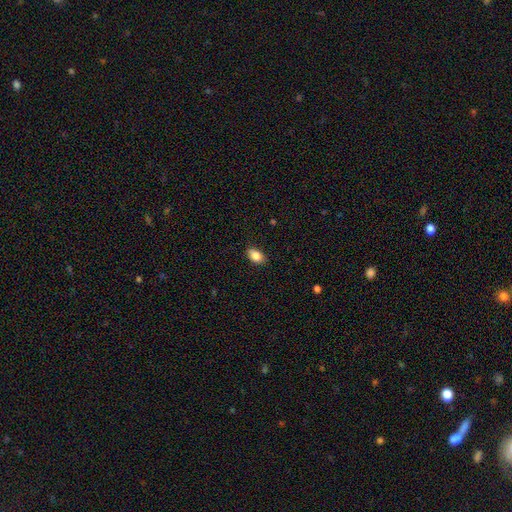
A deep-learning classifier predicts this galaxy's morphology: Smooth or featured?
  - smooth: 85% *
  - star or artifact: 8%
  - featured or disk: 6%
How rounded?
  - in between: 87% *
  - round: 11%
  - cigar-shaped: 2%
Merging?
  - none: 86% *
  - minor disturbance: 11%
  - major disturbance: 2%
  - merger: 1%